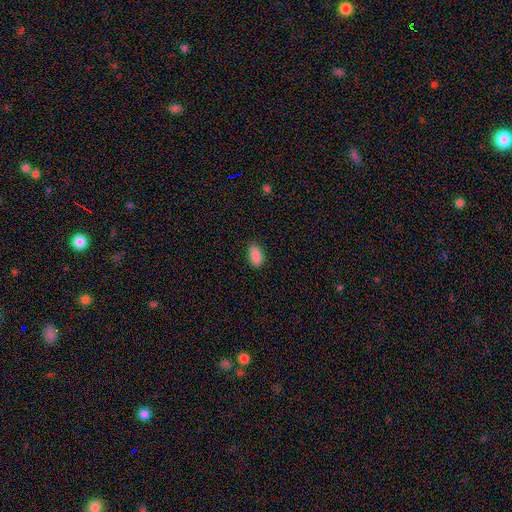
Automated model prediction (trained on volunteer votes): smooth_or_featured: smooth (p=0.89) [alt: star or artifact p=0.08]
how_rounded: in between (p=0.93) [alt: round p=0.04]
merging: none (p=0.83) [alt: minor disturbance p=0.13]